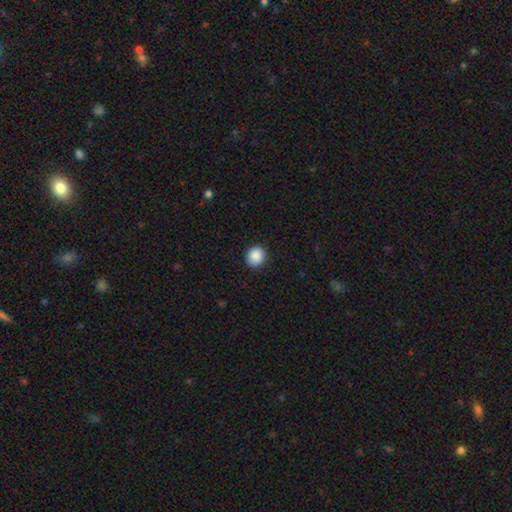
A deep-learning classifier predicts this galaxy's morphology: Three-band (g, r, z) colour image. It shows a smooth galaxy with no disk features (89%) that is round (88%). Merging: none (91%).